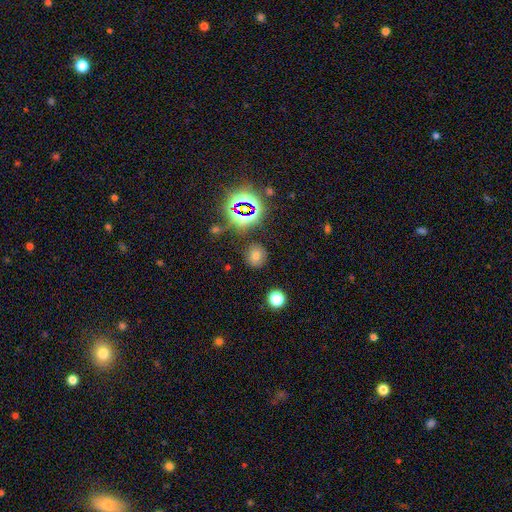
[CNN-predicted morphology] This is likely a smooth galaxy (64%). How rounded: clearly round (82%). Merging: clearly none (86%).